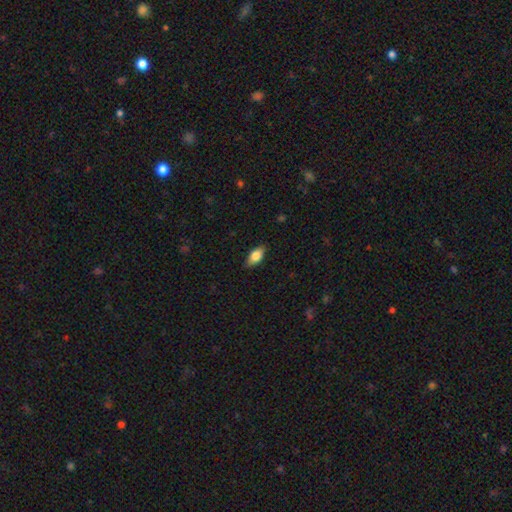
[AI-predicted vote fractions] Smooth or featured? smooth (78%)
How rounded? in between (88%)
Merging? none (86%)